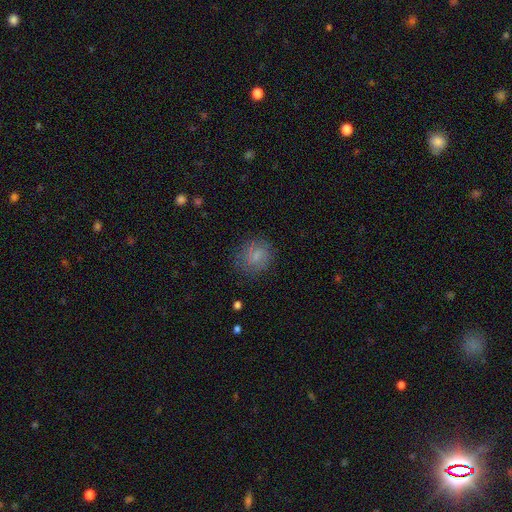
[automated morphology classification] A smooth galaxy with no disk features (71%) that is round (72%). Merging: none (75%).